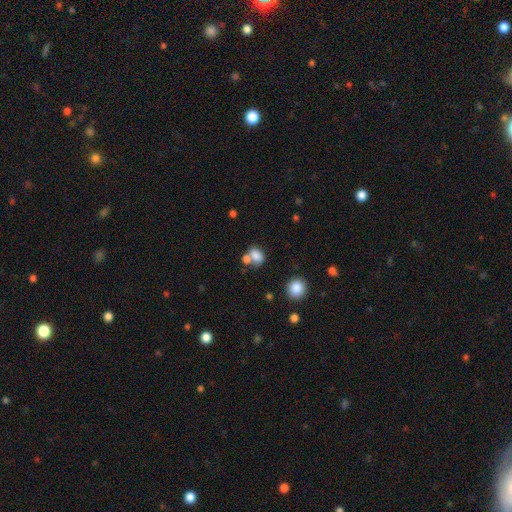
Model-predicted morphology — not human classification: smooth_or_featured: smooth (p=0.80) [alt: star or artifact p=0.11]
how_rounded: in between (p=0.63) [alt: round p=0.35]
merging: none (p=0.45) [alt: merger p=0.36]